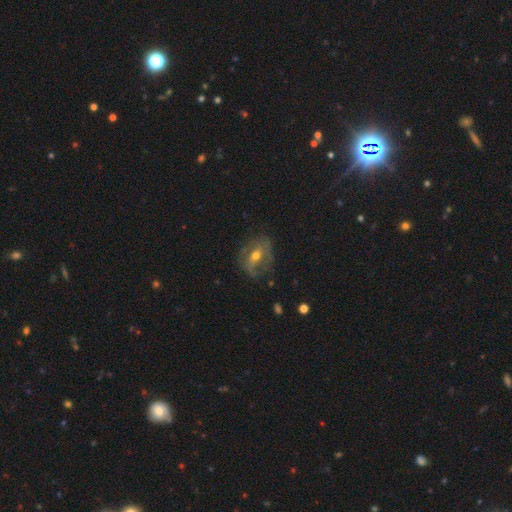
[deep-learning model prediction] The model was most divided on "bar": weak: 39%, no: 35%, strong: 27%. More confident: edge-on disk — no (92%); spiral arms — yes (67%); smooth or featured — featured or disk (66%); bulge size — moderate (65%); merging — none (64%).